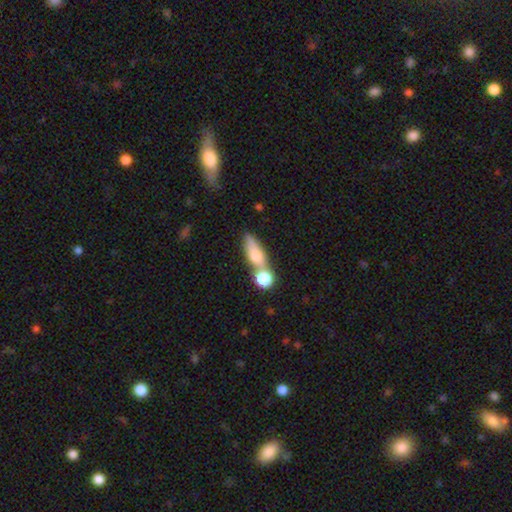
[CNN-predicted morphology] This is likely a smooth galaxy (69%). How rounded: possibly in between (49%). Merging: possibly none (45%).